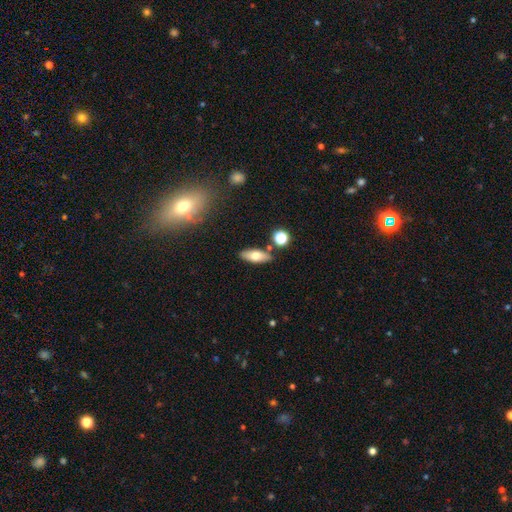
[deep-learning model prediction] A smooth galaxy with no disk features (68%) that is in between round and cigar-shaped (70%).

Vote fractions:
- Smooth or featured? smooth: 68% / featured or disk: 23% / star or artifact: 8%
- How rounded? in between: 70% / cigar-shaped: 26% / round: 4%
- Merging? none: 82% / minor disturbance: 10% / merger: 5% / major disturbance: 2%